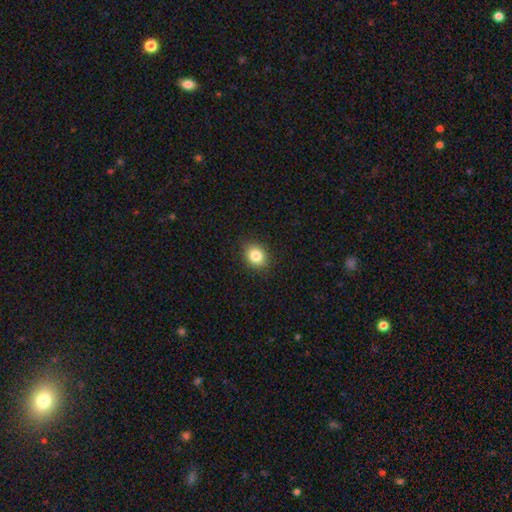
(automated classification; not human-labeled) Q: Smooth or featured?
A: smooth (83%); runner-up: star or artifact (10%)
Q: How rounded?
A: in between (50%); runner-up: round (49%)
Q: Merging?
A: none (88%); runner-up: minor disturbance (9%)